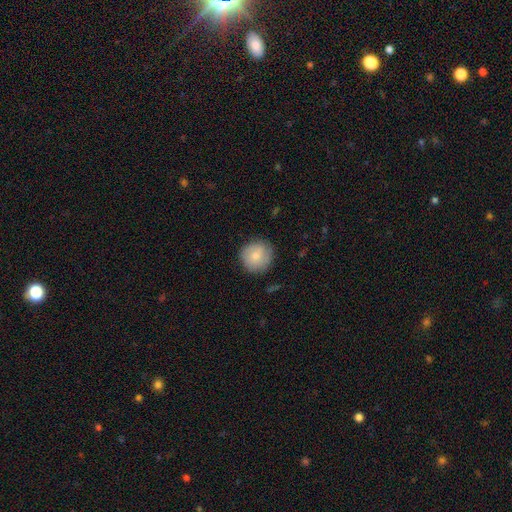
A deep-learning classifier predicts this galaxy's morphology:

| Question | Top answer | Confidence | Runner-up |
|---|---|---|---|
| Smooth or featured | smooth | 78% | featured or disk (16%) |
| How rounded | round | 93% | in between (6%) |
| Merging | none | 83% | minor disturbance (13%) |